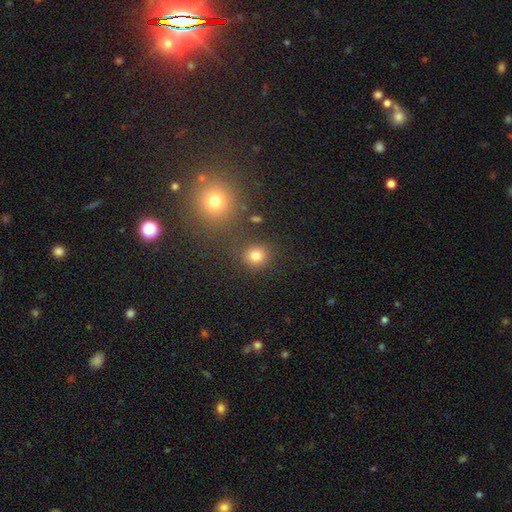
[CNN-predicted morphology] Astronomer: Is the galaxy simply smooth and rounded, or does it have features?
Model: smooth — 79%.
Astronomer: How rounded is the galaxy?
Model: round — 85%.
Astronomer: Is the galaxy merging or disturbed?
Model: none — 81%.